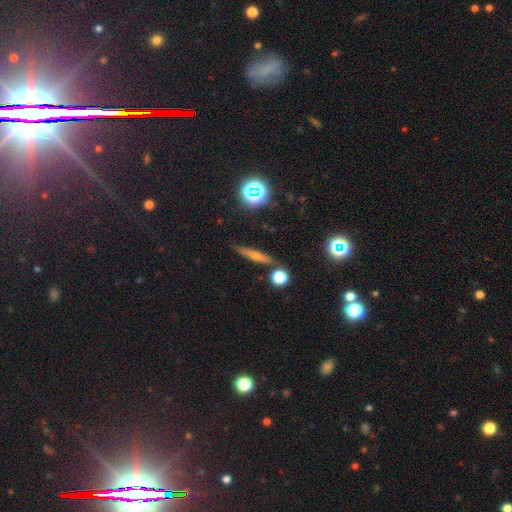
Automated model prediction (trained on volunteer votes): Overall: featured or disk (45%; smooth 40%). Merging: none (86%).